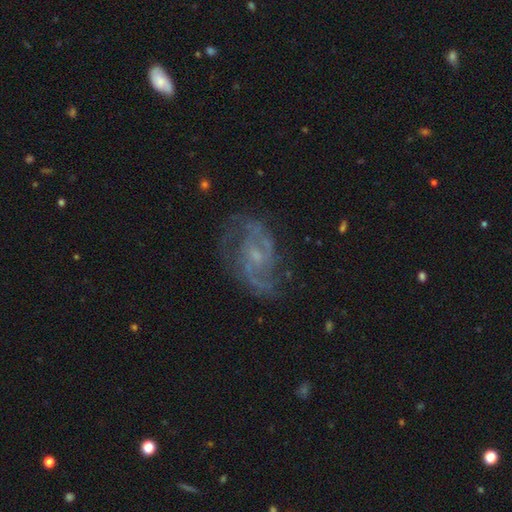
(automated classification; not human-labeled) A featured or disk galaxy (85%) with no bar (49%), 2 (78%) medium (54%) spiral arms (94%) and a small central bulge (64%).

Vote fractions:
- Smooth or featured? featured or disk: 85% / star or artifact: 8% / smooth: 7%
- Edge-on disk? no: 97% / yes: 3%
- Bar? no: 49% / weak: 44% / strong: 8%
- Spiral arms? yes: 94% / no: 6%
- Spiral winding? medium: 54% / loose: 25% / tight: 21%
- Spiral arm count? 2: 78% / can't tell: 10% / 3: 5% / 1: 3% / 4: 2% / more than 4: 2%
- Bulge size? small: 64% / moderate: 21% / none: 12% / large: 1% / dominant: 1%
- Merging? none: 69% / minor disturbance: 18% / major disturbance: 12% / merger: 2%